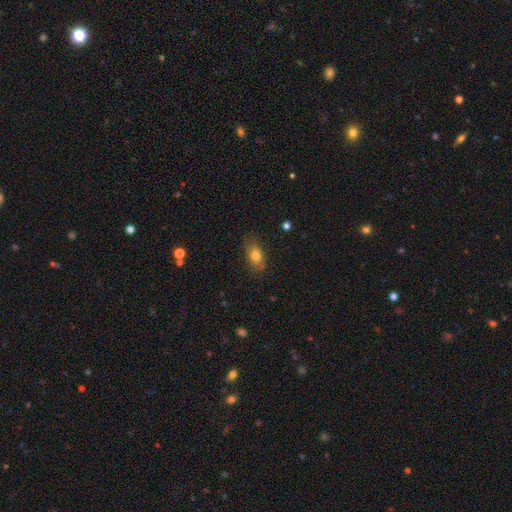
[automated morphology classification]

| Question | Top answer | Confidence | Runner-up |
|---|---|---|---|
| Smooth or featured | smooth | 78% | featured or disk (13%) |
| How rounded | in between | 81% | round (16%) |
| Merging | none | 78% | minor disturbance (17%) |